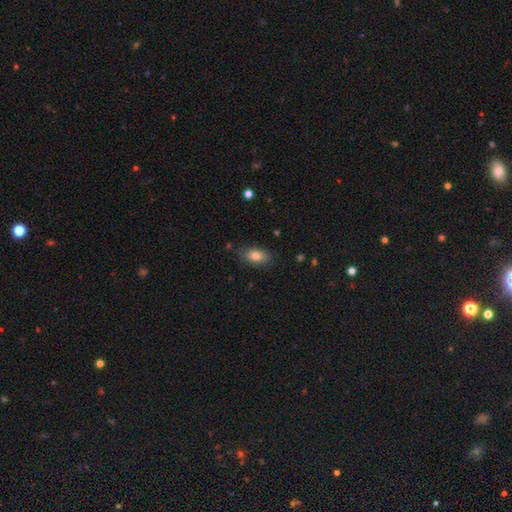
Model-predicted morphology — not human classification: Smooth or featured: smooth — 82% (featured or disk — 10%)
How rounded: in between — 89% (round — 6%)
Merging: none — 80% (minor disturbance — 15%)